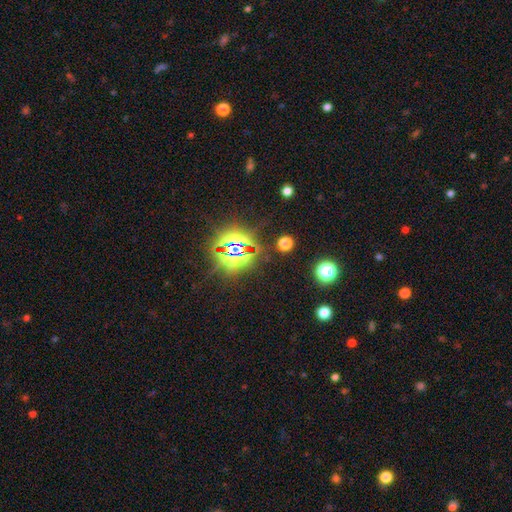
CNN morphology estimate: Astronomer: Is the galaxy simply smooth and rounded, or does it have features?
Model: star or artifact — 83%.